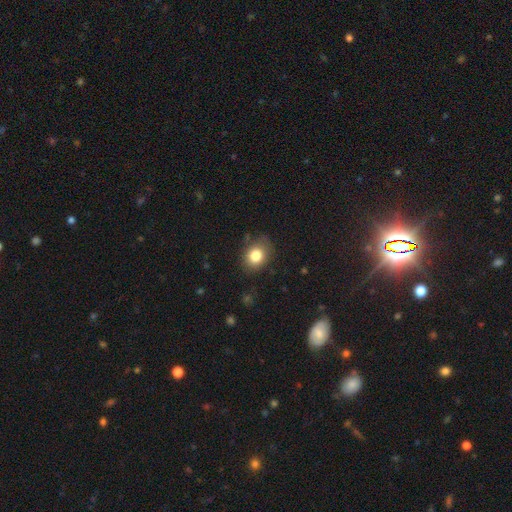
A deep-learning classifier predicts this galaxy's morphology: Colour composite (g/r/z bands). It shows a smooth galaxy with no disk features (82%) that is round (50%). Merging: none (79%).